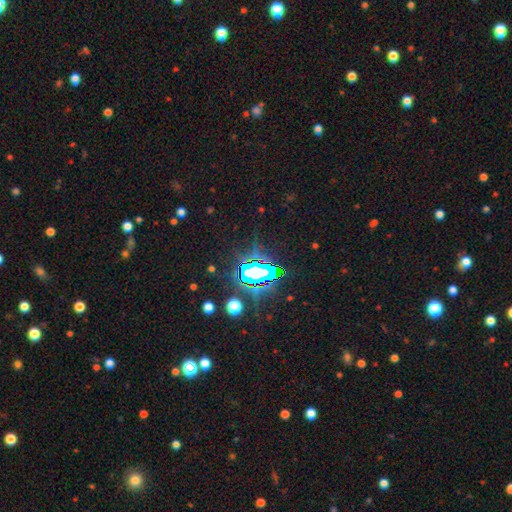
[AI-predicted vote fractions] Overall: star or artifact (83%).